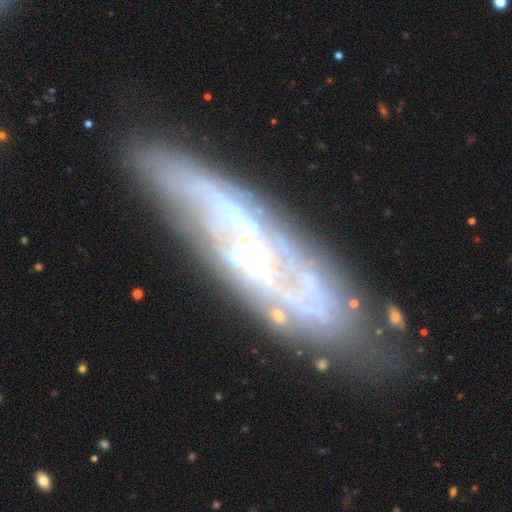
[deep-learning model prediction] A featured or disk galaxy (81%) with no bar (48%), spiral arms (81%) and a small central bulge (48%). Merging: none (72%).